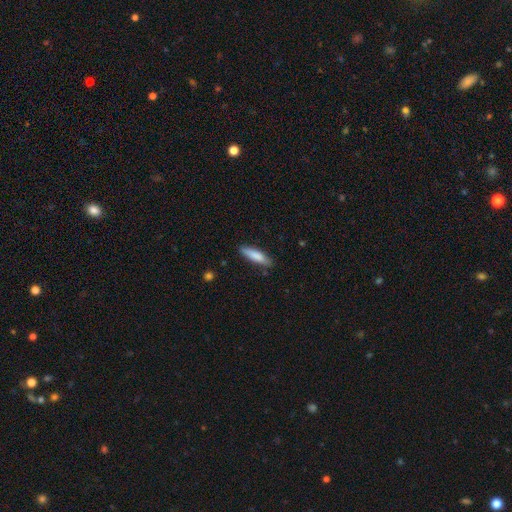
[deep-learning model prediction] This appears to be a smooth galaxy with no disk features (81%) that is cigar-shaped (73%). Merging: none (83%).